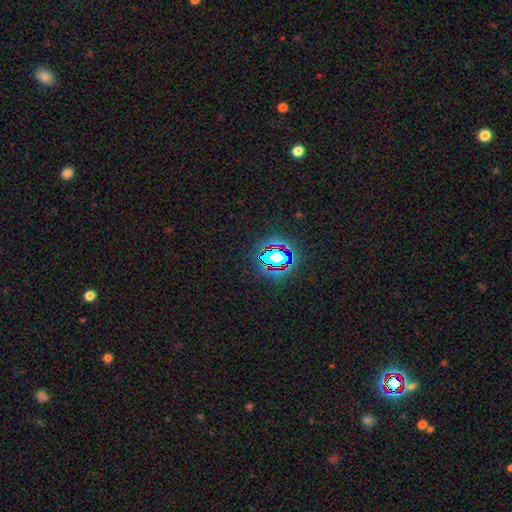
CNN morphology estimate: Q: Smooth or featured?
A: star or artifact (79%); runner-up: smooth (13%)